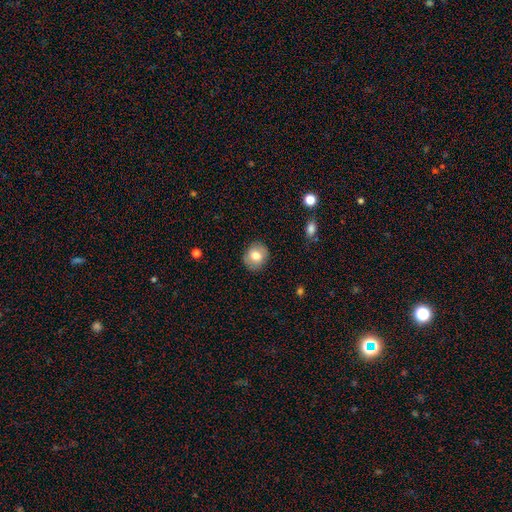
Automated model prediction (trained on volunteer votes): Smooth or featured?
  - smooth: 75% *
  - featured or disk: 17%
  - star or artifact: 8%
How rounded?
  - round: 70% *
  - in between: 29%
  - cigar-shaped: 1%
Merging?
  - none: 87% *
  - minor disturbance: 10%
  - major disturbance: 3%
  - merger: 1%